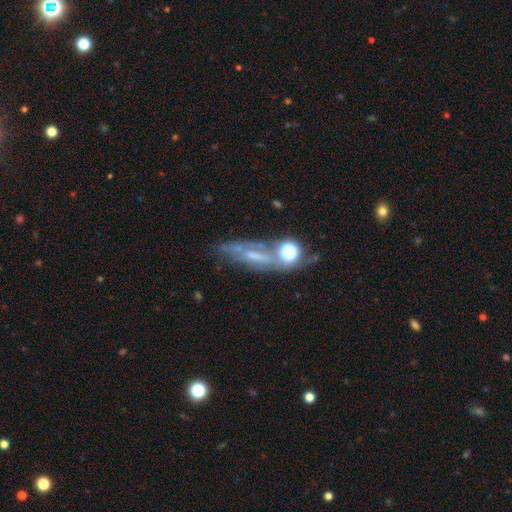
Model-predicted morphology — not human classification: This is possibly a featured or disk galaxy (54%). It is likely not viewed edge-on (61%). Merging: possibly none (50%).